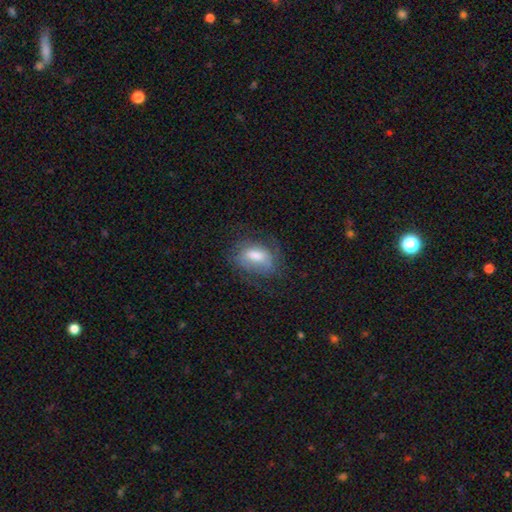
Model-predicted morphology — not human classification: A smooth galaxy with no disk features (54%) that is in between round and cigar-shaped (83%).

Vote fractions:
- Smooth or featured? smooth: 54% / featured or disk: 36% / star or artifact: 9%
- How rounded? in between: 83% / round: 12% / cigar-shaped: 5%
- Merging? none: 59% / minor disturbance: 24% / major disturbance: 16% / merger: 1%